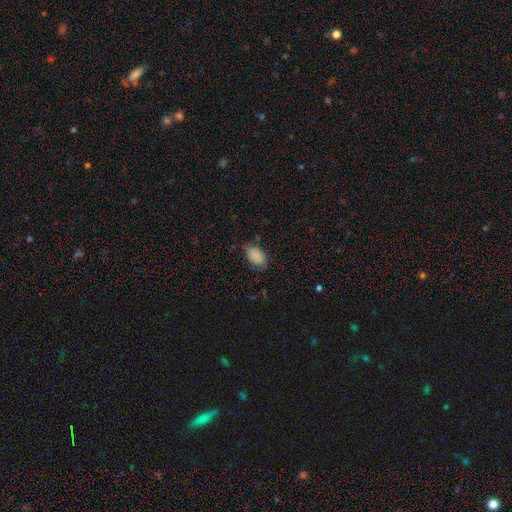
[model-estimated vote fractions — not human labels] Q: Smooth or featured?
A: smooth (85%); runner-up: star or artifact (9%)
Q: How rounded?
A: in between (87%); runner-up: round (11%)
Q: Merging?
A: none (66%); runner-up: minor disturbance (26%)